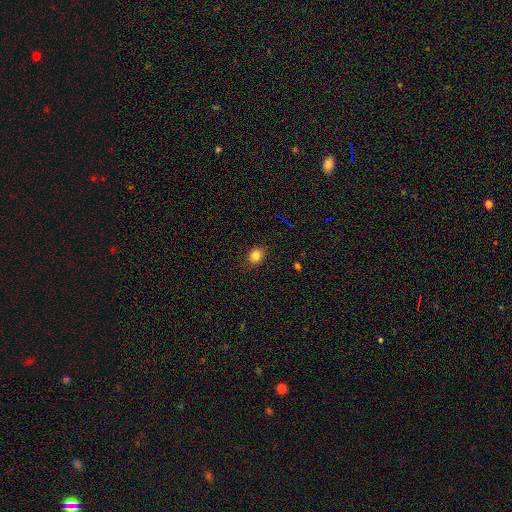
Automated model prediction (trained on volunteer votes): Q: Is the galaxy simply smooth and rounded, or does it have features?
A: smooth — 83%.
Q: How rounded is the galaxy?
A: round — 63%.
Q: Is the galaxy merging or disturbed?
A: none — 88%.